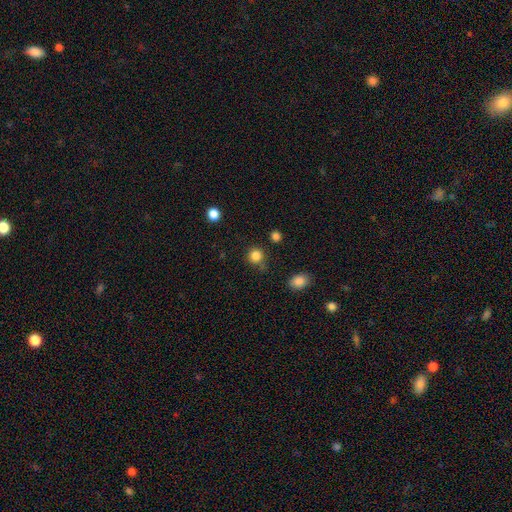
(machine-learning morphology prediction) Smooth or featured: smooth — 84% (star or artifact — 12%)
How rounded: round — 91% (in between — 8%)
Merging: none — 79% (minor disturbance — 12%)